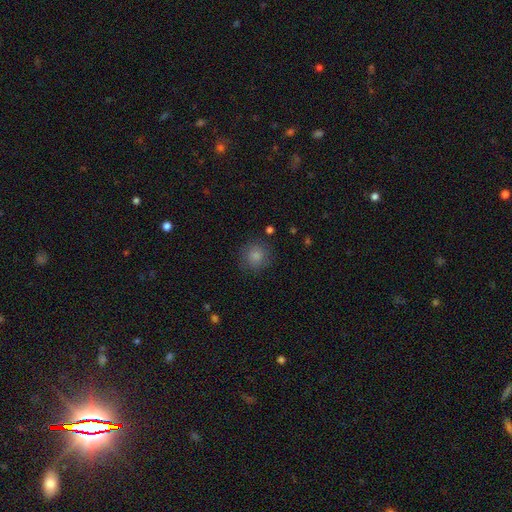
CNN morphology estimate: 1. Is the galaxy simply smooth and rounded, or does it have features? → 84% smooth, 10% star or artifact, 6% featured or disk.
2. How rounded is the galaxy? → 92% round, 7% in between, 1% cigar-shaped.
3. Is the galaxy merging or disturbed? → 85% none, 10% minor disturbance, 3% major disturbance, 2% merger.